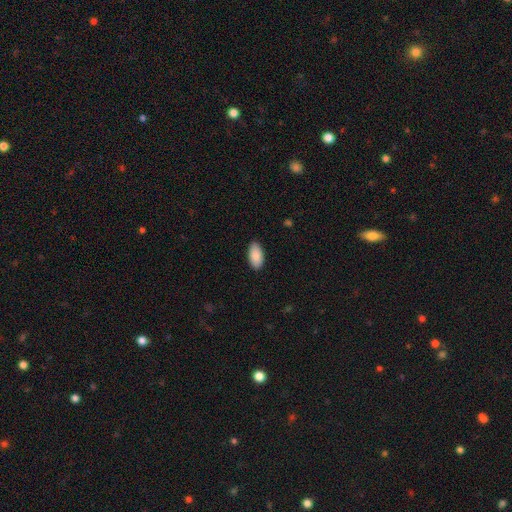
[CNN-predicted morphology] This is clearly a smooth galaxy (90%). How rounded: clearly in between (95%). Merging: clearly none (88%).